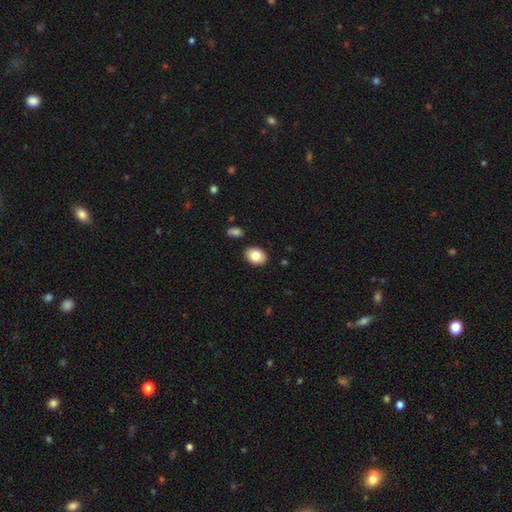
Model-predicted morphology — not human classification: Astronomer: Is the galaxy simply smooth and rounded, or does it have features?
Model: smooth — 82%.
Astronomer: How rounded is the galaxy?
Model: in between — 75%.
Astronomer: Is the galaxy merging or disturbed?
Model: none — 87%.